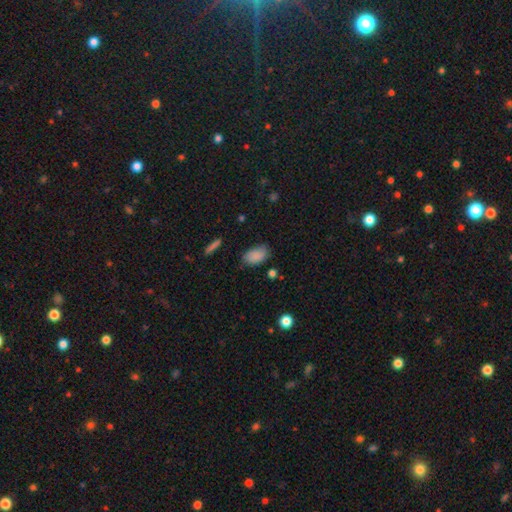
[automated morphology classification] This is clearly a smooth galaxy (86%). How rounded: clearly in between (91%). Merging: likely none (74%).